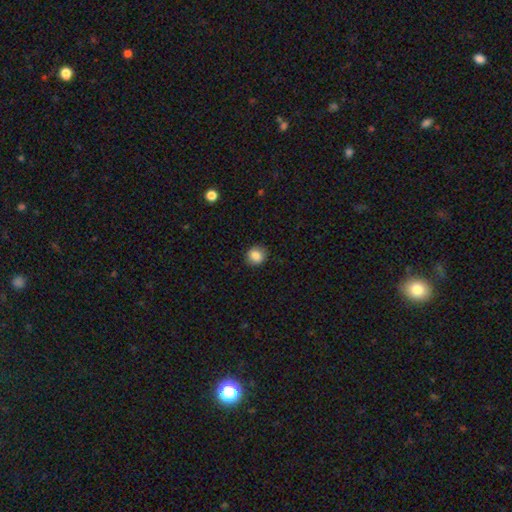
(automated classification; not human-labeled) Smooth or featured? Predicted: smooth (p=0.86). How rounded? Predicted: round (p=0.80). Merging? Predicted: none (p=0.86).